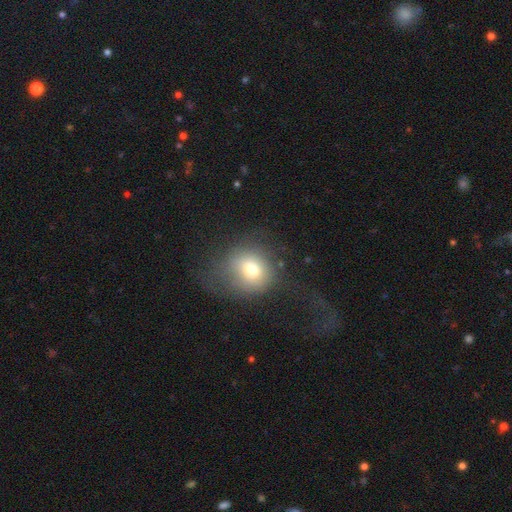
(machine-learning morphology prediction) The model was most divided on "merging": major disturbance: 43%, none: 36%, minor disturbance: 18%, merger: 3%. More confident: how rounded — round (74%); smooth or featured — smooth (58%).